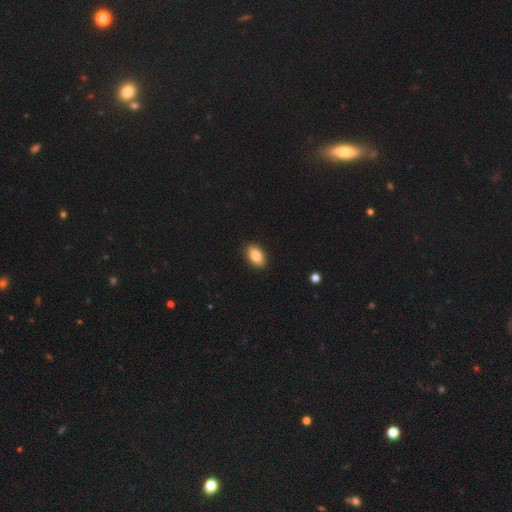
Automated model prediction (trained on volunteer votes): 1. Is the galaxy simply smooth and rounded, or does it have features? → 84% smooth, 8% featured or disk, 7% star or artifact.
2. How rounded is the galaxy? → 91% in between, 7% round, 2% cigar-shaped.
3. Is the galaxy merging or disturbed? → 90% none, 7% minor disturbance, 2% major disturbance, 1% merger.